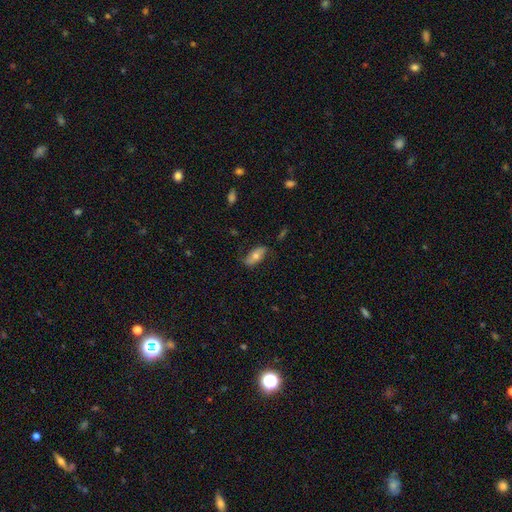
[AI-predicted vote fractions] A smooth galaxy with no disk features (59%) that is in between round and cigar-shaped (84%).

Vote fractions:
- Smooth or featured? smooth: 59% / featured or disk: 34% / star or artifact: 7%
- How rounded? in between: 84% / cigar-shaped: 12% / round: 3%
- Merging? none: 72% / minor disturbance: 21% / major disturbance: 6% / merger: 2%